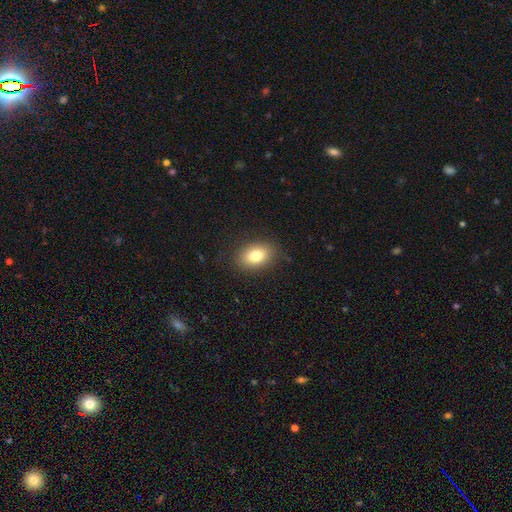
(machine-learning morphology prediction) This appears to be a smooth galaxy with no disk features (80%) that is in between round and cigar-shaped (83%). Merging: none (86%).